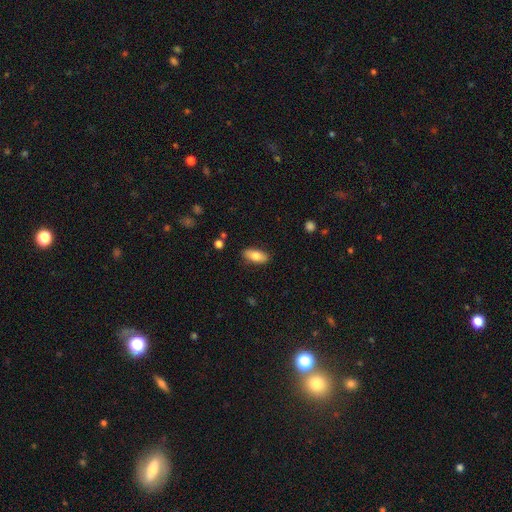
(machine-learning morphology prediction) Smooth or featured: smooth — 78% (featured or disk — 15%)
How rounded: in between — 86% (cigar-shaped — 11%)
Merging: none — 87% (minor disturbance — 10%)